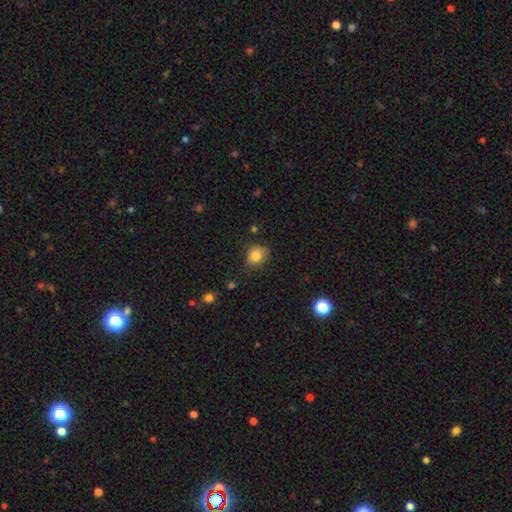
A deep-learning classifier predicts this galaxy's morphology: Smooth or featured? smooth (82%)
How rounded? round (65%)
Merging? none (65%)